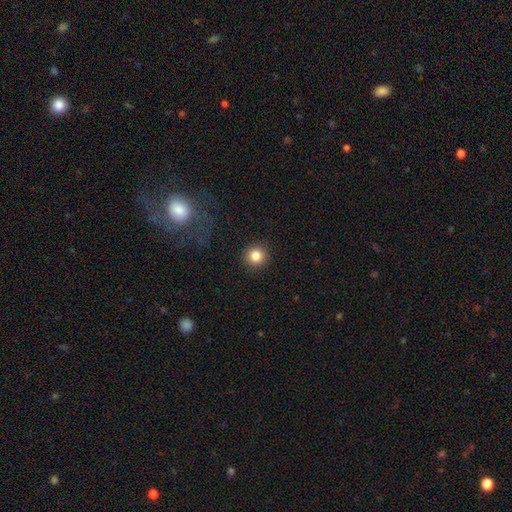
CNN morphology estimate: Smooth or featured: smooth — 84% (star or artifact — 11%)
How rounded: round — 94% (in between — 5%)
Merging: none — 91% (minor disturbance — 6%)